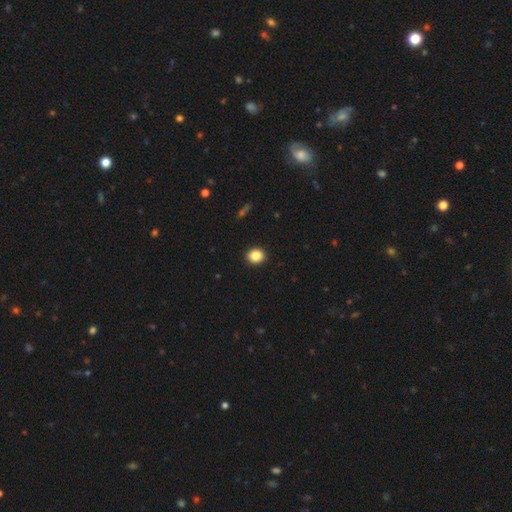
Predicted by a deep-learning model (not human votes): Overall: smooth (87%). How rounded: round (75%). Merging: none (92%).